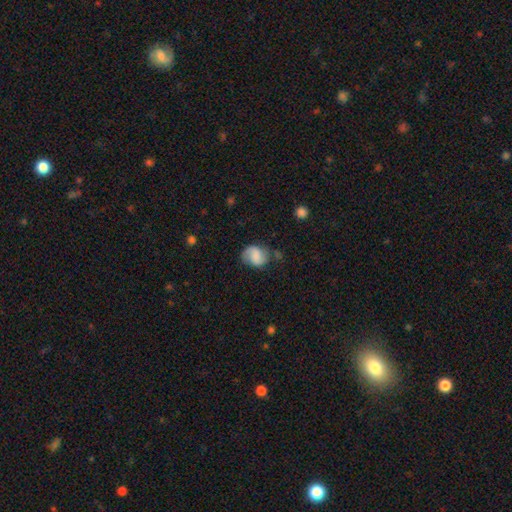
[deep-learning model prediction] Smooth or featured? Predicted: featured or disk (p=0.46). Merging? Predicted: none (p=0.60).